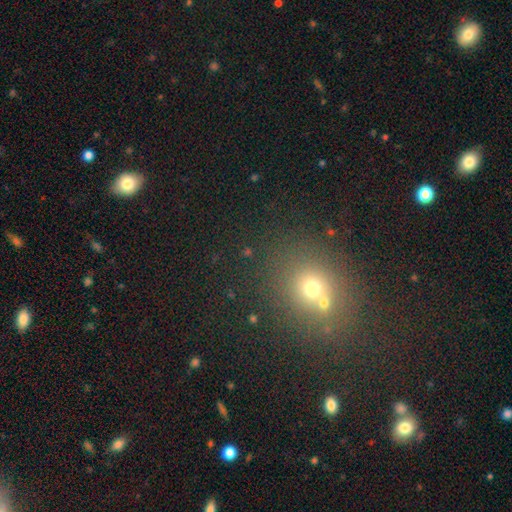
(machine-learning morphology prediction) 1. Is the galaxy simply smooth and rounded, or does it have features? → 50% smooth, 38% star or artifact, 12% featured or disk.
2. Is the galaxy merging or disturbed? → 63% none, 24% merger, 9% minor disturbance, 4% major disturbance.